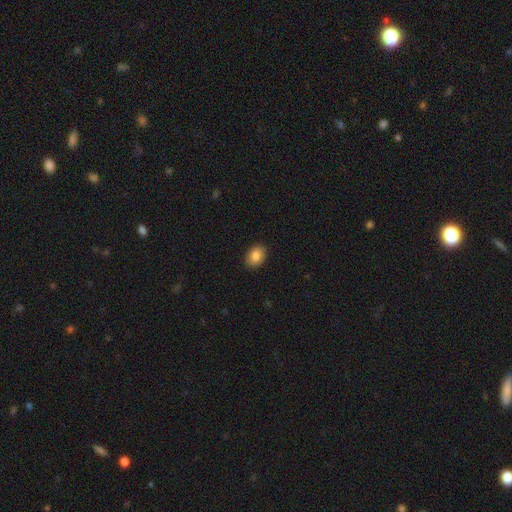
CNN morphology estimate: Smooth or featured? Predicted: smooth (p=0.86). How rounded? Predicted: in between (p=0.73). Merging? Predicted: none (p=0.89).